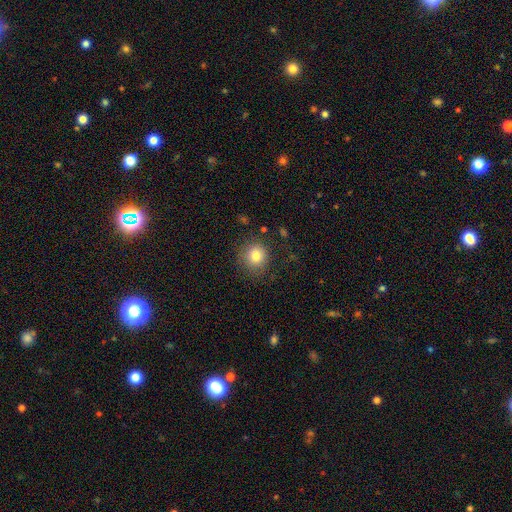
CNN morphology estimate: Smooth or featured? smooth (81%)
How rounded? round (88%)
Merging? none (81%)